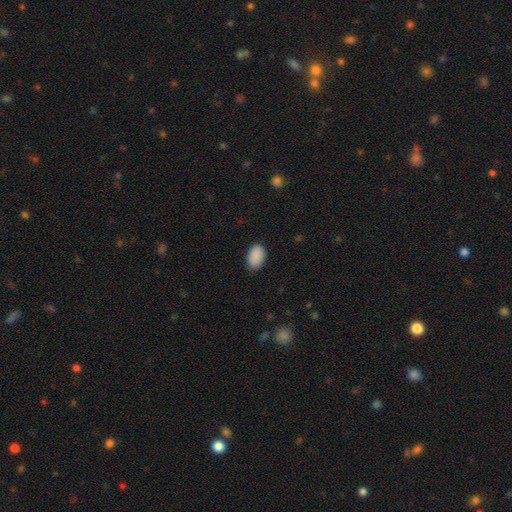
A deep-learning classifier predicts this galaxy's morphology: Overall: smooth (90%). How rounded: in between (89%). Merging: none (84%).